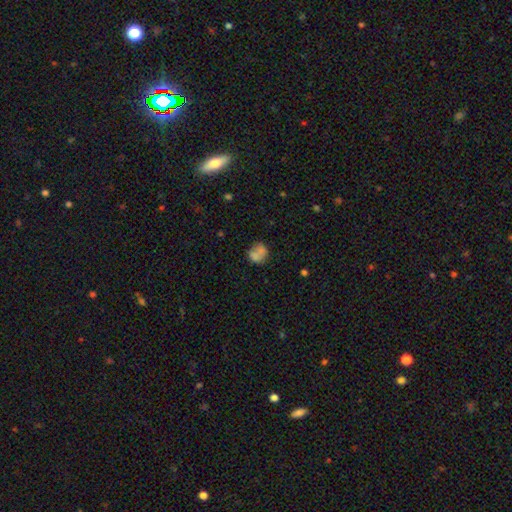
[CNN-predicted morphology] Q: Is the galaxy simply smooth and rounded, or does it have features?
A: smooth — 70%.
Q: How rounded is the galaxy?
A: round — 63%.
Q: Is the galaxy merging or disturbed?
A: none — 41%.